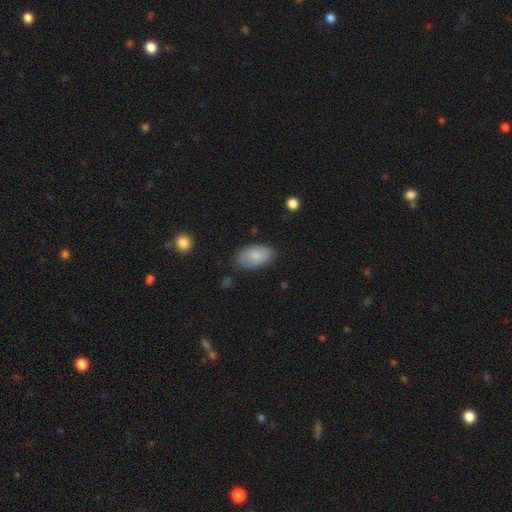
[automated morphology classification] smooth-or-featured: smooth: 82% | featured or disk: 12% | star or artifact: 6%
  how-rounded: in between: 95% | round: 4% | cigar-shaped: 2%
  merging: none: 80% | minor disturbance: 16% | major disturbance: 3% | merger: 2%